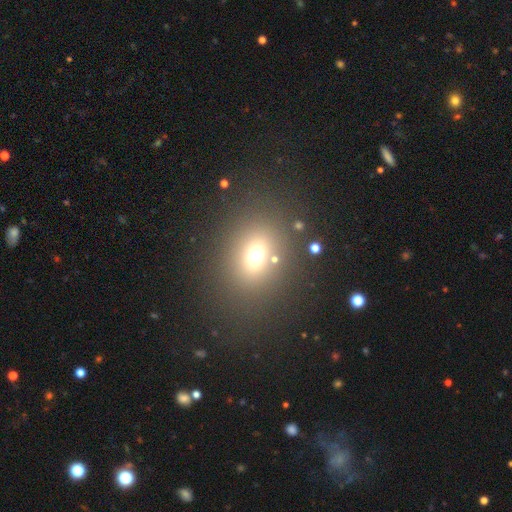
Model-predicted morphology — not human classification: A smooth galaxy with no disk features (68%) that is round (54%).

Vote fractions:
- Smooth or featured? smooth: 68% / star or artifact: 21% / featured or disk: 12%
- How rounded? round: 54% / in between: 44% / cigar-shaped: 1%
- Merging? none: 79% / minor disturbance: 9% / major disturbance: 6% / merger: 5%